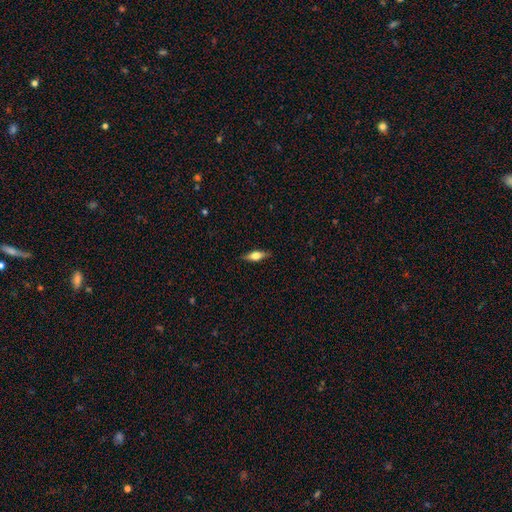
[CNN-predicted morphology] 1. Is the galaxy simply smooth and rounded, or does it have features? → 49% smooth, 44% featured or disk, 7% star or artifact.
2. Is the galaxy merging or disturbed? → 87% none, 10% minor disturbance, 2% major disturbance, 1% merger.